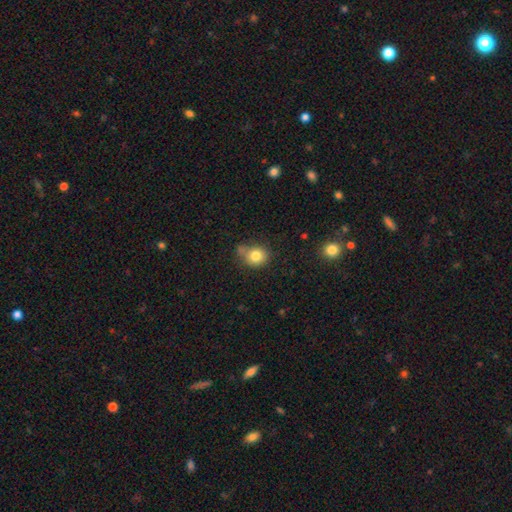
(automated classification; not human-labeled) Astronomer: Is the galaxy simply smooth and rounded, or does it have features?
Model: smooth — 80%.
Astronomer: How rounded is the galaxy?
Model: round — 70%.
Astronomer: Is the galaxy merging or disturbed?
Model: none — 55%.